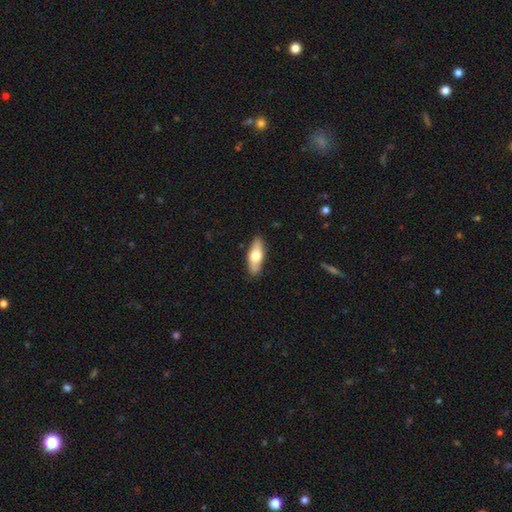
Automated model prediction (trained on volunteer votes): Smooth or featured? Predicted: smooth (p=0.62). How rounded? Predicted: in between (p=0.65). Merging? Predicted: none (p=0.86).